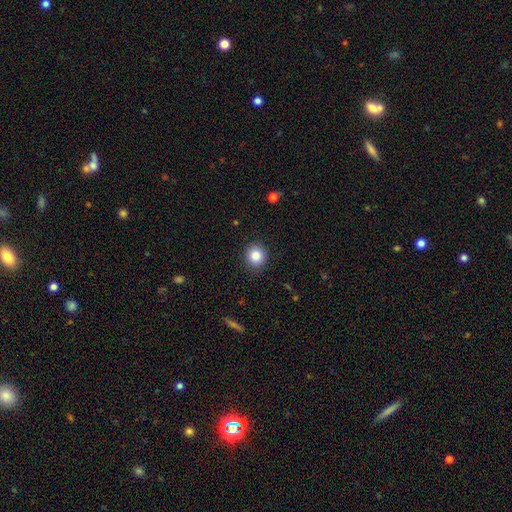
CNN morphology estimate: A smooth galaxy with no disk features (84%) that is round (86%).

Vote fractions:
- Smooth or featured? smooth: 84% / star or artifact: 10% / featured or disk: 6%
- How rounded? round: 86% / in between: 13% / cigar-shaped: 1%
- Merging? none: 89% / minor disturbance: 7% / major disturbance: 2% / merger: 1%